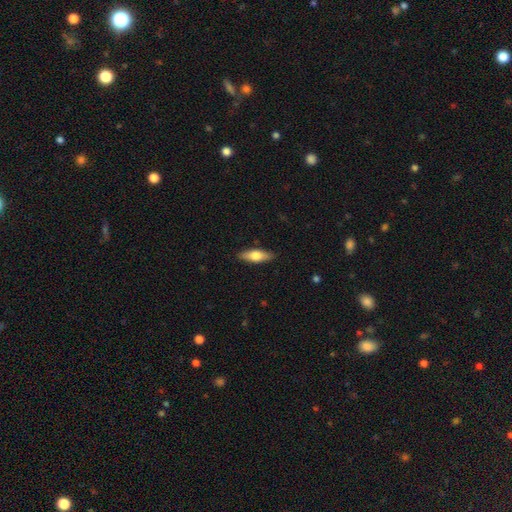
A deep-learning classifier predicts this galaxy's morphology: Q: Smooth or featured?
A: smooth (67%); runner-up: featured or disk (27%)
Q: How rounded?
A: in between (60%); runner-up: cigar-shaped (38%)
Q: Merging?
A: none (88%); runner-up: minor disturbance (9%)